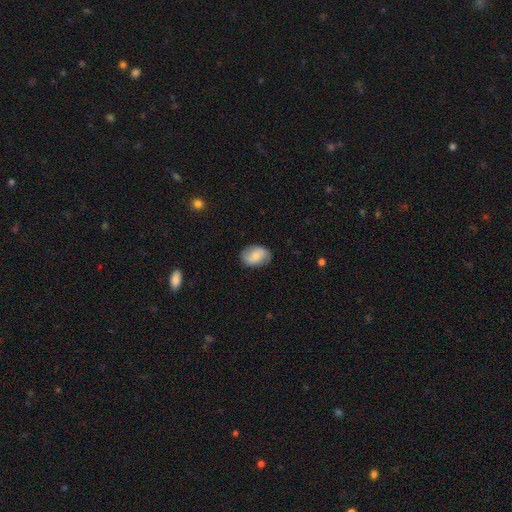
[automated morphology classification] Smooth or featured?
  - smooth: 63% *
  - featured or disk: 30%
  - star or artifact: 7%
How rounded?
  - in between: 76% *
  - round: 23%
  - cigar-shaped: 1%
Merging?
  - none: 80% *
  - minor disturbance: 15%
  - major disturbance: 4%
  - merger: 1%